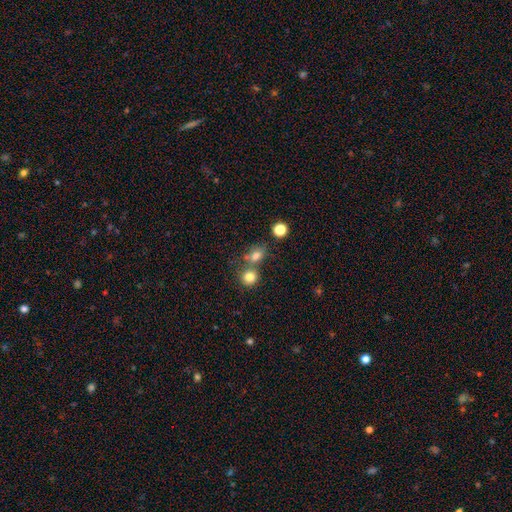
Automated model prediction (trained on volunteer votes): This appears to be a smooth galaxy with no disk features (76%) that is in between round and cigar-shaped (51%). Merging: none (49%).